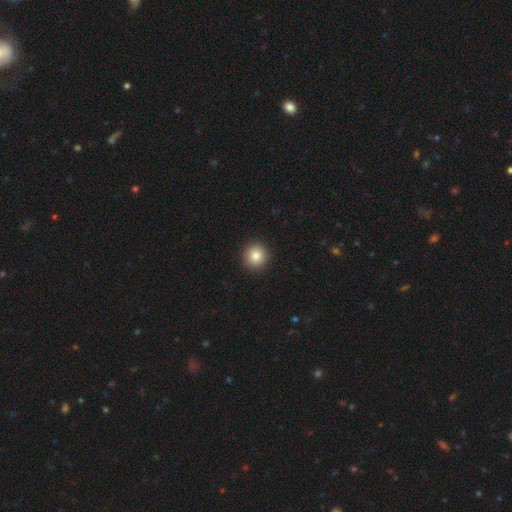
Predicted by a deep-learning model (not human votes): smooth-or-featured: smooth: 83% | star or artifact: 10% | featured or disk: 6%
  how-rounded: round: 94% | in between: 5% | cigar-shaped: 1%
  merging: none: 92% | minor disturbance: 5% | major disturbance: 2% | merger: 1%